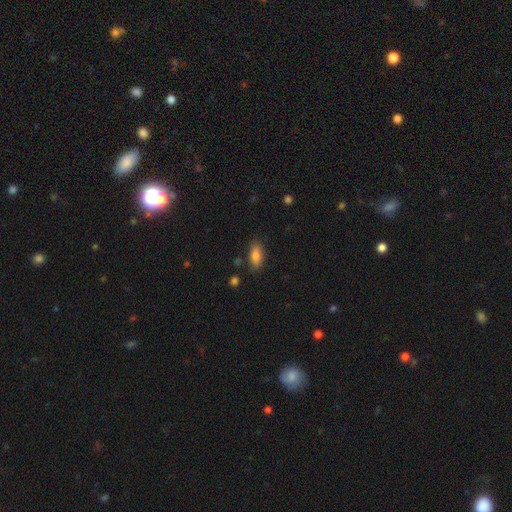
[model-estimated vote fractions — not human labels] The model was most divided on "merging": none: 80%, minor disturbance: 14%, major disturbance: 3%, merger: 3%. More confident: smooth or featured — smooth (83%); how rounded — in between (82%).